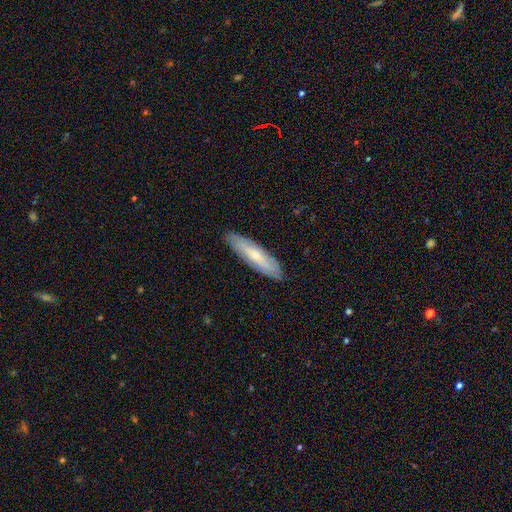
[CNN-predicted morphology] This appears to be a smooth galaxy with no disk features (52%) that is cigar-shaped (75%). Merging: none (88%).